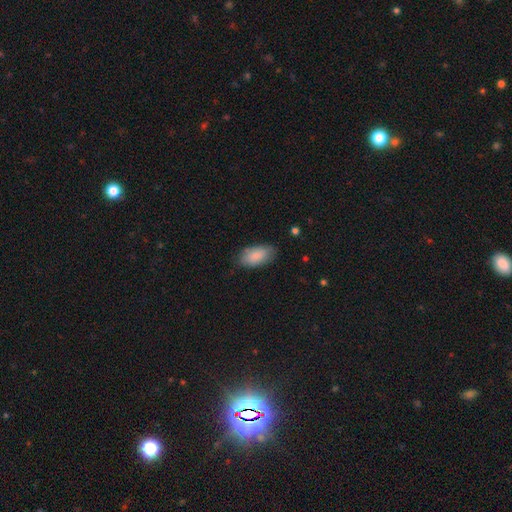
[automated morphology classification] A smooth galaxy with no disk features (87%) that is in between round and cigar-shaped (94%).

Vote fractions:
- Smooth or featured? smooth: 87% / featured or disk: 7% / star or artifact: 6%
- How rounded? in between: 94% / cigar-shaped: 4% / round: 3%
- Merging? none: 77% / minor disturbance: 18% / major disturbance: 4% / merger: 1%